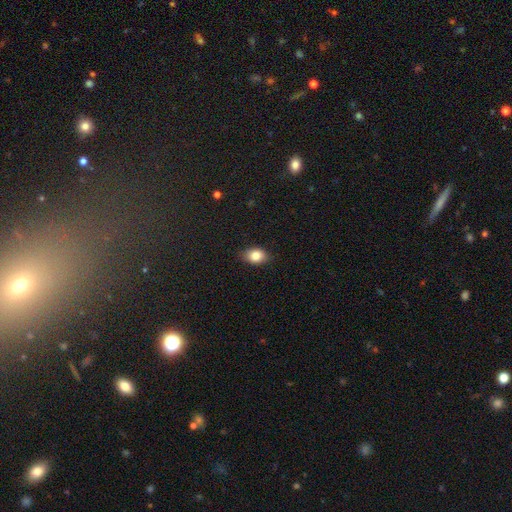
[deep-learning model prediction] Smooth or featured: smooth — 84% (star or artifact — 9%)
How rounded: in between — 75% (round — 24%)
Merging: none — 85% (minor disturbance — 12%)